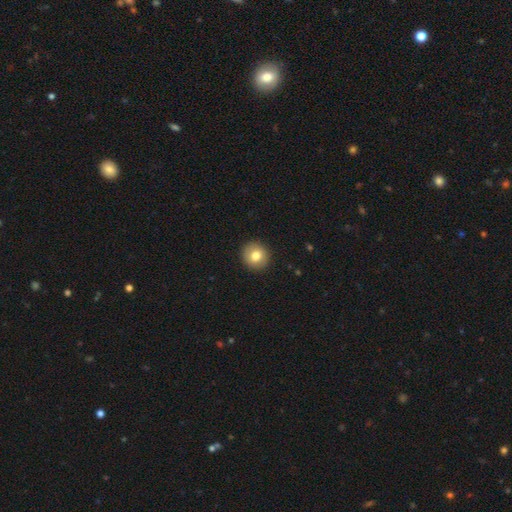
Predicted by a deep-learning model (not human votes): smooth-or-featured: smooth: 79% | featured or disk: 12% | star or artifact: 9%
  how-rounded: round: 91% | in between: 8% | cigar-shaped: 1%
  merging: none: 92% | minor disturbance: 5% | major disturbance: 2% | merger: 1%